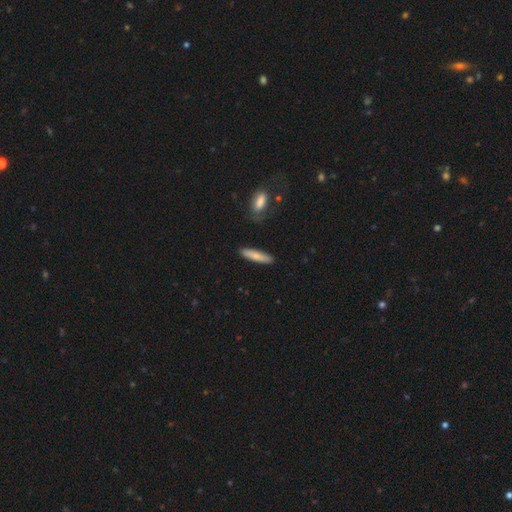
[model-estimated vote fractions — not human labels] This is likely a smooth galaxy (75%). How rounded: clearly cigar-shaped (83%). Merging: clearly none (87%).